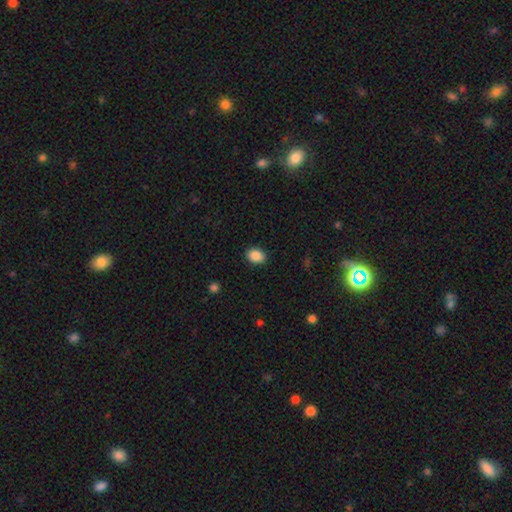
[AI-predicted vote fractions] Smooth or featured? Predicted: smooth (p=0.89). How rounded? Predicted: in between (p=0.68). Merging? Predicted: none (p=0.90).